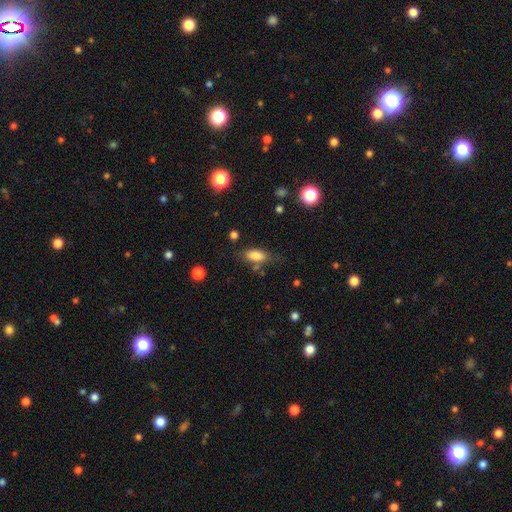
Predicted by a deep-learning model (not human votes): Smooth or featured? Predicted: smooth (p=0.82). How rounded? Predicted: in between (p=0.84). Merging? Predicted: none (p=0.67).